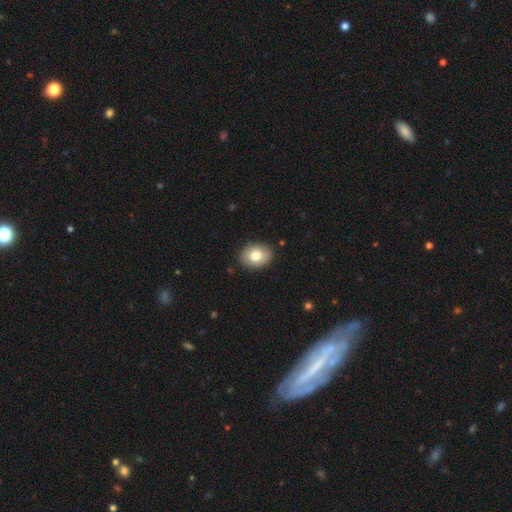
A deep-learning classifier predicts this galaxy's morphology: This appears to be a smooth galaxy with no disk features (79%) that is in between round and cigar-shaped (63%). Merging: none (88%).